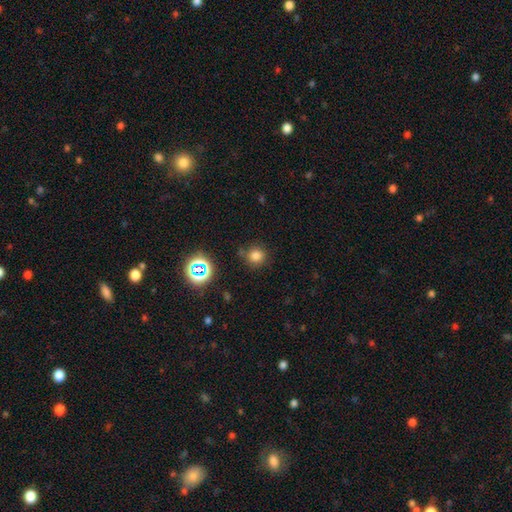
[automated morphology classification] Q: Smooth or featured?
A: smooth (76%); runner-up: star or artifact (18%)
Q: How rounded?
A: round (91%); runner-up: in between (8%)
Q: Merging?
A: none (79%); runner-up: minor disturbance (13%)